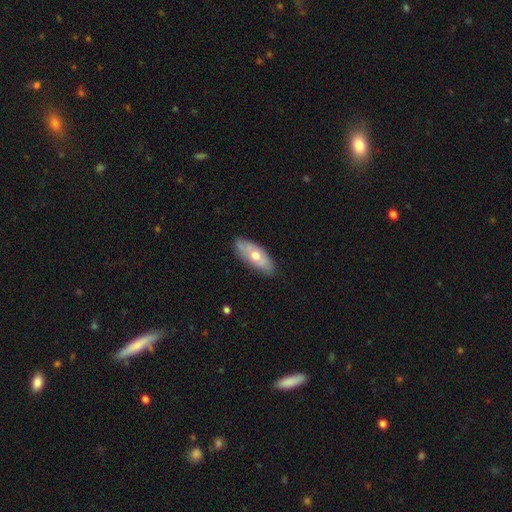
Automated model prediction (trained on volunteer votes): Smooth or featured?
  - smooth: 54% *
  - featured or disk: 40%
  - star or artifact: 6%
How rounded?
  - in between: 80% *
  - cigar-shaped: 17%
  - round: 3%
Merging?
  - none: 78% *
  - minor disturbance: 18%
  - major disturbance: 3%
  - merger: 1%